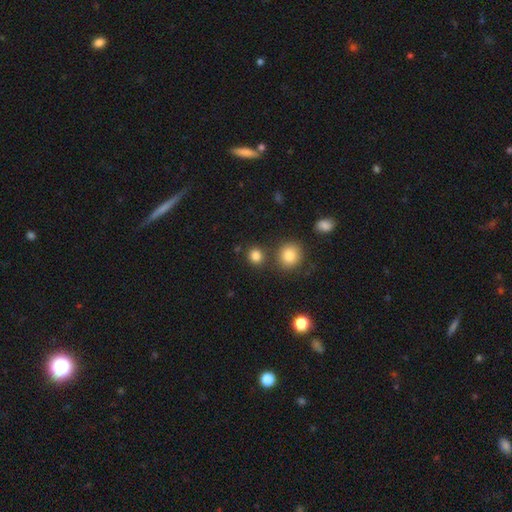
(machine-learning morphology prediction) smooth_or_featured: smooth (p=0.83) [alt: star or artifact p=0.13]
how_rounded: round (p=0.82) [alt: in between p=0.17]
merging: none (p=0.78) [alt: merger p=0.10]